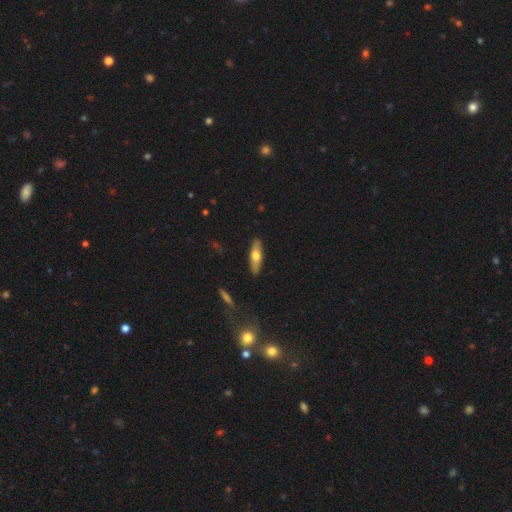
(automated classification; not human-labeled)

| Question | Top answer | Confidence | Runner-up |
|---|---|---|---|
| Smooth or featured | smooth | 58% | featured or disk (36%) |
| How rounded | cigar-shaped | 50% | in between (47%) |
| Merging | none | 89% | minor disturbance (8%) |